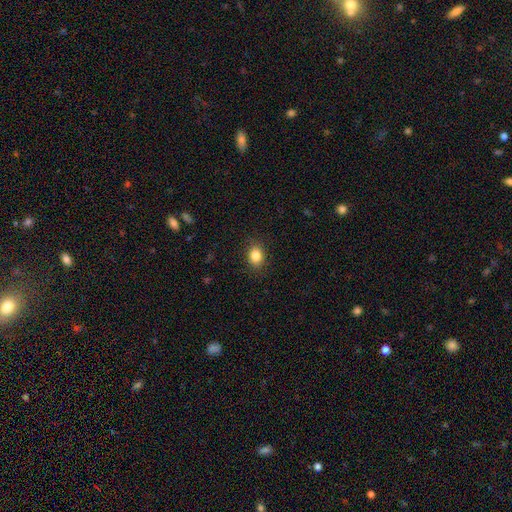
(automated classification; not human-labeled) Morphology: type=smooth (85%); roundness=in between (57%); merging=none (88%).